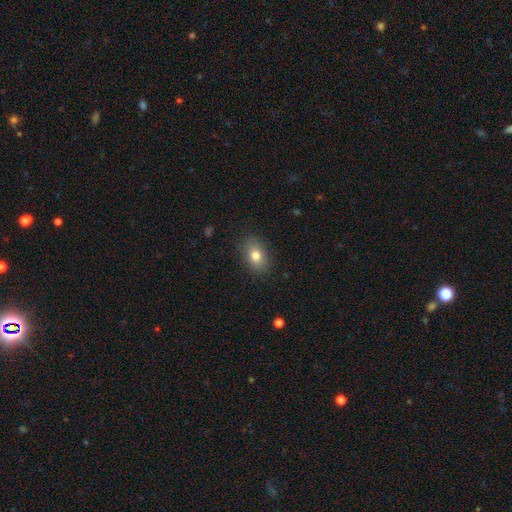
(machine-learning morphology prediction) Q: Smooth or featured?
A: smooth (78%); runner-up: featured or disk (12%)
Q: How rounded?
A: in between (78%); runner-up: round (20%)
Q: Merging?
A: none (86%); runner-up: minor disturbance (10%)